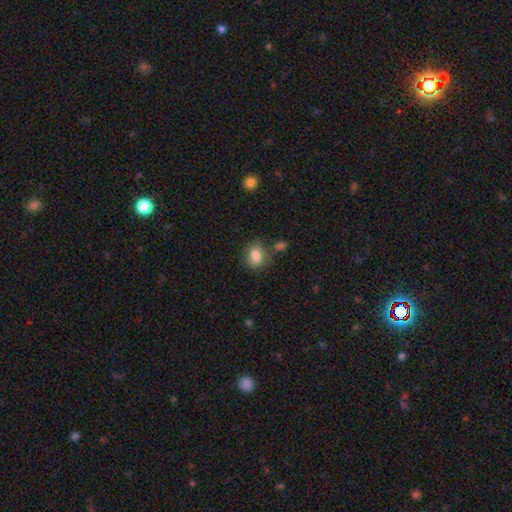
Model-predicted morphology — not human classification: Q: Smooth or featured?
A: smooth (82%); runner-up: featured or disk (9%)
Q: How rounded?
A: in between (68%); runner-up: round (30%)
Q: Merging?
A: none (69%); runner-up: minor disturbance (18%)